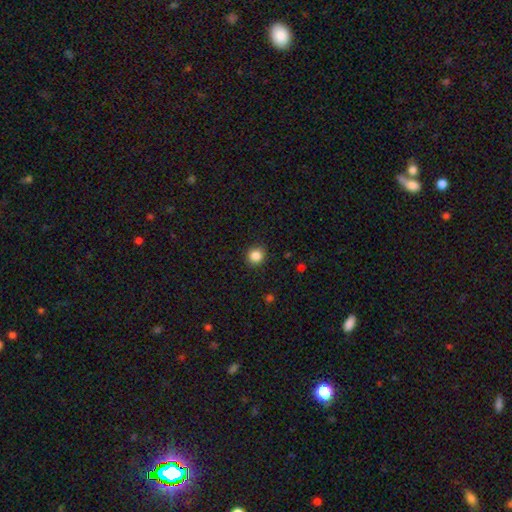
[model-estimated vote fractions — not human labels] smooth_or_featured: smooth (p=0.86) [alt: star or artifact p=0.11]
how_rounded: round (p=0.90) [alt: in between p=0.09]
merging: none (p=0.90) [alt: minor disturbance p=0.07]